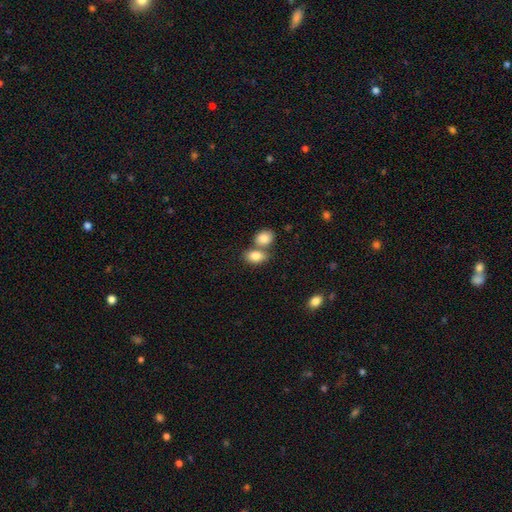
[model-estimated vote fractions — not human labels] Smooth or featured? smooth (84%)
How rounded? in between (75%)
Merging? merger (49%)